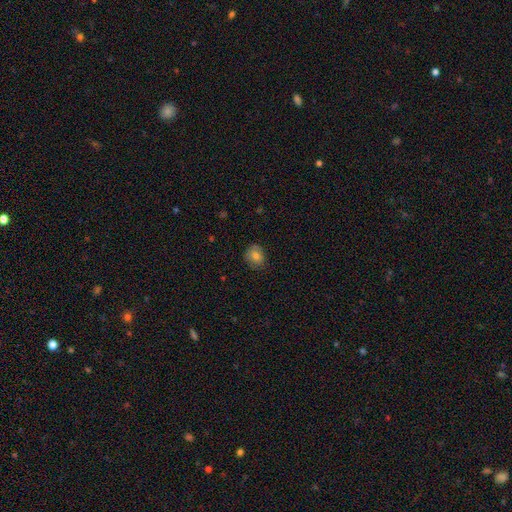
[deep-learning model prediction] Smooth or featured? Predicted: smooth (p=0.80). How rounded? Predicted: round (p=0.67). Merging? Predicted: none (p=0.76).